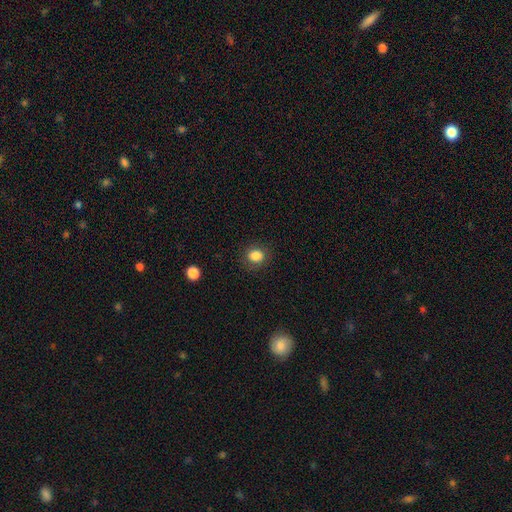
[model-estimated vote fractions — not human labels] Q: Smooth or featured?
A: smooth (85%); runner-up: star or artifact (10%)
Q: How rounded?
A: round (70%); runner-up: in between (29%)
Q: Merging?
A: none (85%); runner-up: minor disturbance (10%)